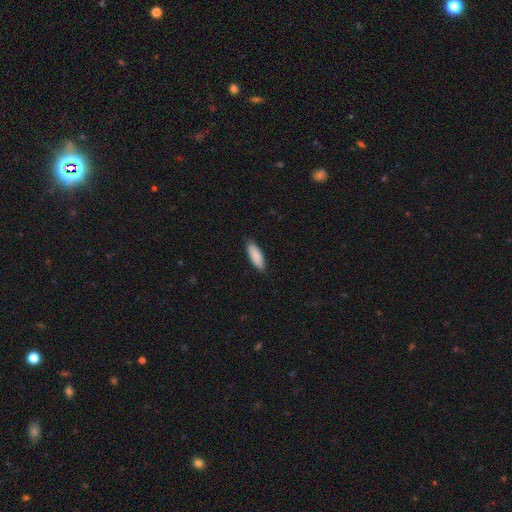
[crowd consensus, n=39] Volunteers were most divided on "how rounded": in between: 58%, cigar-shaped: 39%, round: 3%. More confident: smooth or featured — smooth (92%); merging — none (89%).